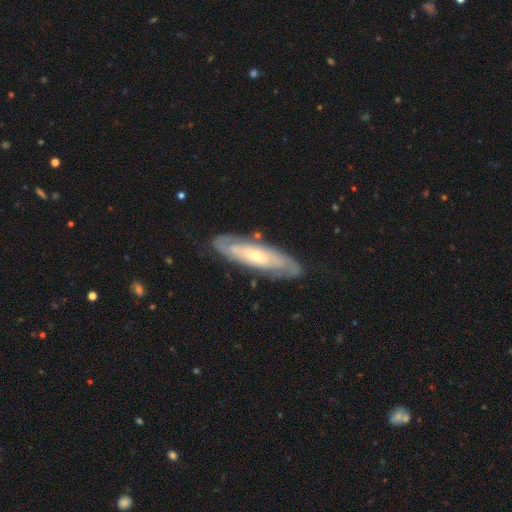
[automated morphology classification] A featured or disk galaxy (77%) with no bar (65%), 2 (46%) tight (68%) spiral arms (86%) and a small central bulge (62%). Merging: none (81%).